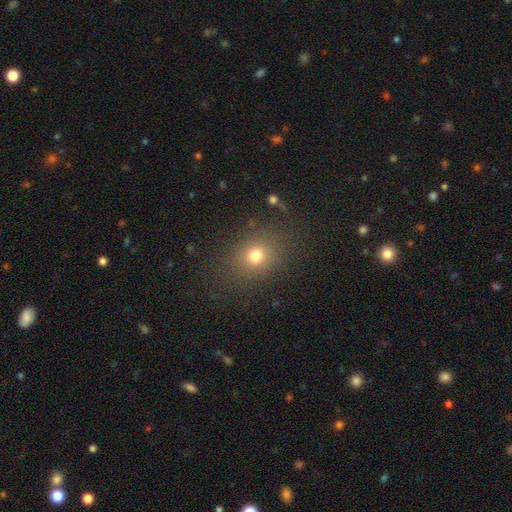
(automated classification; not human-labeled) Morphology: type=smooth (74%); roundness=round (59%); merging=none (82%).